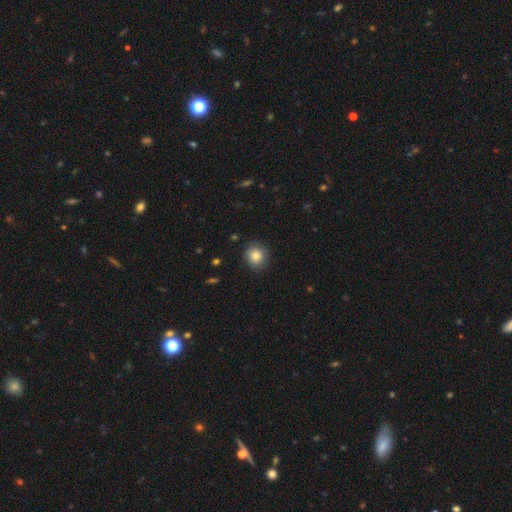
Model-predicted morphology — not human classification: smooth-or-featured: smooth: 82% | star or artifact: 10% | featured or disk: 8%
  how-rounded: round: 86% | in between: 13% | cigar-shaped: 1%
  merging: none: 87% | minor disturbance: 9% | major disturbance: 2% | merger: 1%